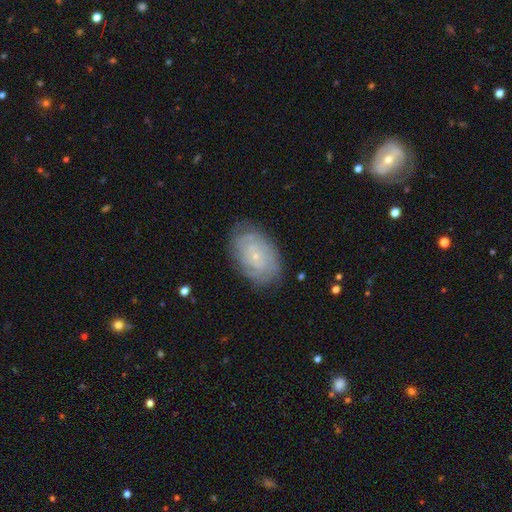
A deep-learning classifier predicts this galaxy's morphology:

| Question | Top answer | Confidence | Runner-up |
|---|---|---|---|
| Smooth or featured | featured or disk | 71% | smooth (21%) |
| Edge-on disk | no | 96% | yes (4%) |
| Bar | no | 81% | weak (16%) |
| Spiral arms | yes | 89% | no (11%) |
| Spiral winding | tight | 75% | medium (20%) |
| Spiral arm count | can't tell | 50% | 2 (18%) |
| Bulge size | small | 86% | moderate (10%) |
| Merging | none | 78% | minor disturbance (16%) |